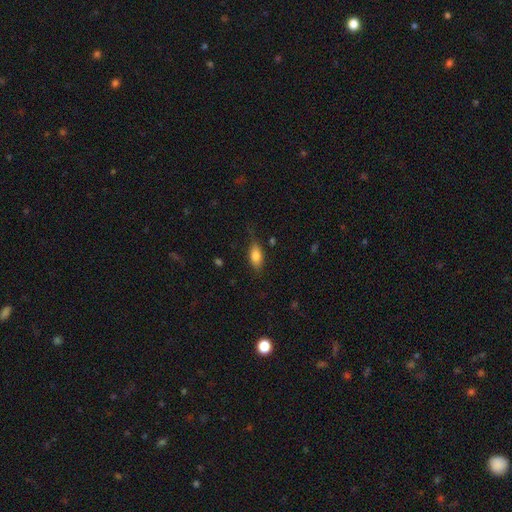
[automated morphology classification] smooth 80%, featured or disk 13%, star or artifact 8%. Down the decision tree: how rounded — in between (85%); merging — none (71%).